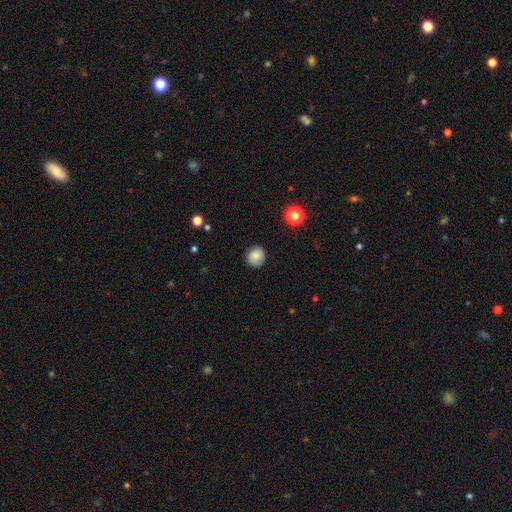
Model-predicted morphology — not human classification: A smooth galaxy with no disk features (83%) that is round (88%). Merging: none (85%).